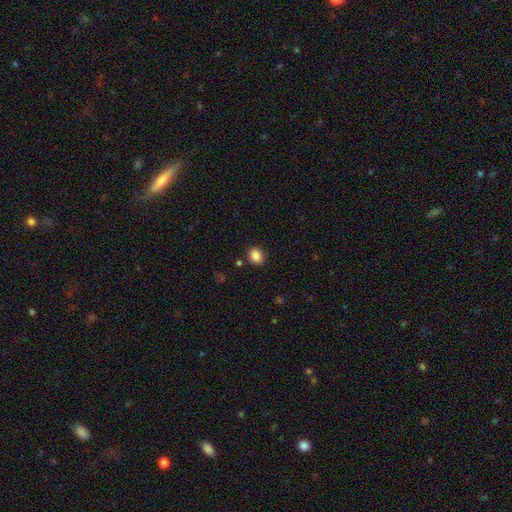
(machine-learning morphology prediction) smooth-or-featured: smooth: 87% | star or artifact: 10% | featured or disk: 4%
  how-rounded: round: 54% | in between: 45% | cigar-shaped: 1%
  merging: none: 86% | minor disturbance: 9% | merger: 3% | major disturbance: 3%